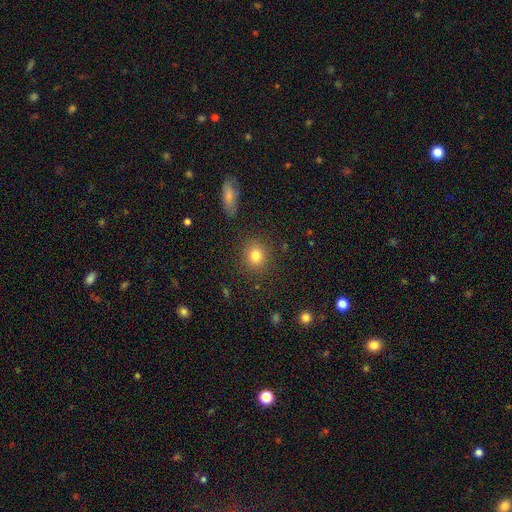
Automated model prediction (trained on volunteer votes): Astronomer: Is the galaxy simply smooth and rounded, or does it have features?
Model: smooth — 81%.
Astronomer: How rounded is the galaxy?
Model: round — 83%.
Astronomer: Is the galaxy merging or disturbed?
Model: none — 87%.